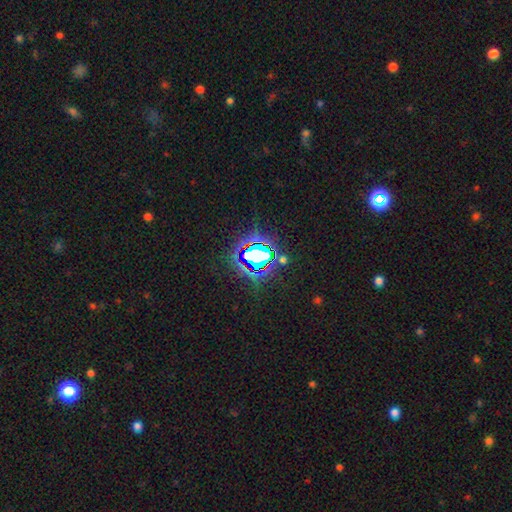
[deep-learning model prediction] Overall: star or artifact (75%).